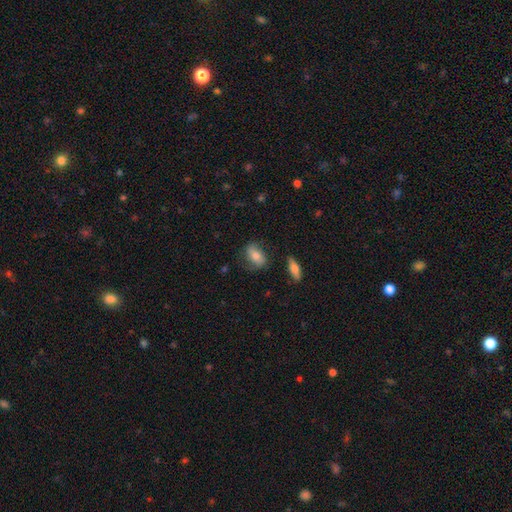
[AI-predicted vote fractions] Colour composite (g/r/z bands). It shows a smooth galaxy with no disk features (62%) that is in between round and cigar-shaped (81%). Merging: none (66%).